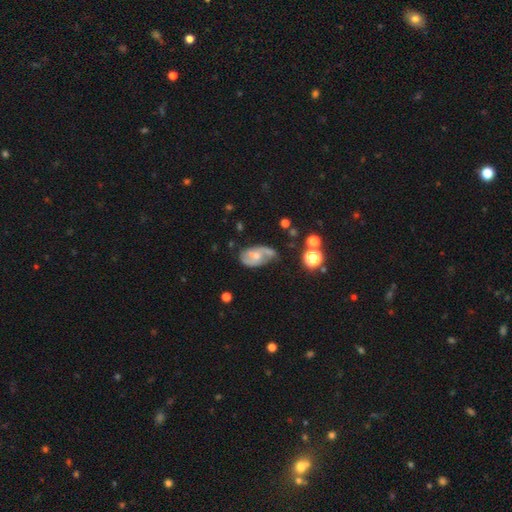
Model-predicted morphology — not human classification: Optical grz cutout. It shows a featured or disk galaxy (66%) with no bar (53%), 2 (74%) medium (45%) spiral arms (80%) and a small central bulge (51%). Merging: none (45%).